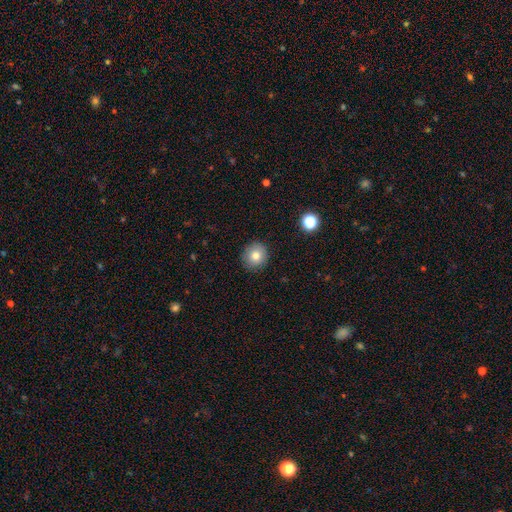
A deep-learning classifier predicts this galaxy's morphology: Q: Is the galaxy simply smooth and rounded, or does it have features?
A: smooth — 79%.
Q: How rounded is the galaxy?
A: round — 88%.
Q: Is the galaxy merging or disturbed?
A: none — 90%.